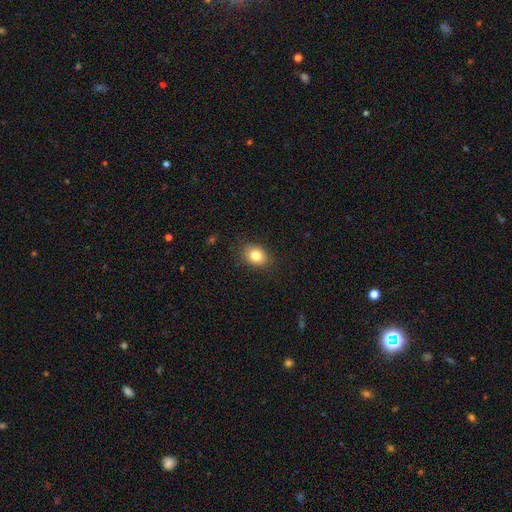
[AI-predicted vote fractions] Morphology: type=smooth (82%); roundness=in between (54%); merging=none (86%).